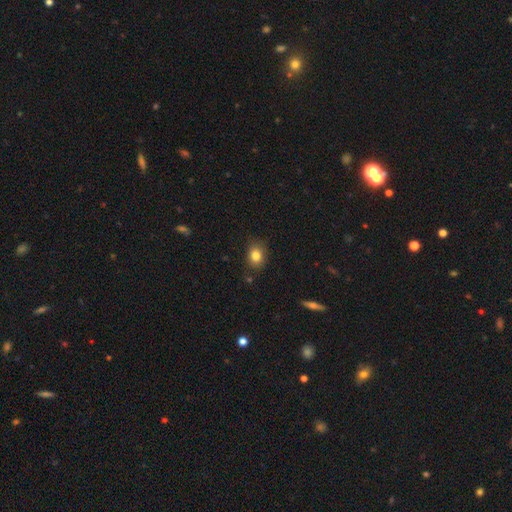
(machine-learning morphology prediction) Q: Smooth or featured?
A: smooth (83%); runner-up: star or artifact (10%)
Q: How rounded?
A: in between (54%); runner-up: round (44%)
Q: Merging?
A: none (81%); runner-up: minor disturbance (14%)